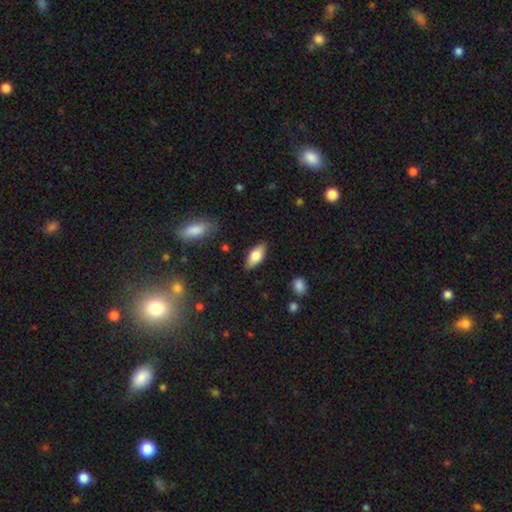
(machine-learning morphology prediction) smooth 69%, featured or disk 24%, star or artifact 6%. Down the decision tree: how rounded — in between (82%); merging — none (86%).